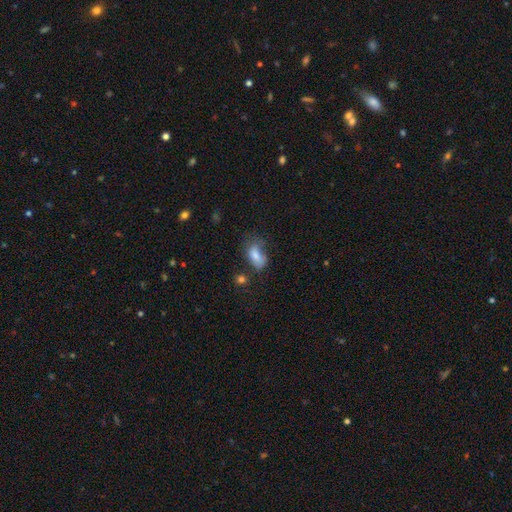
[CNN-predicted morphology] Smooth or featured: smooth — 75% (featured or disk — 15%)
How rounded: in between — 89% (round — 8%)
Merging: none — 34% (minor disturbance — 32%)